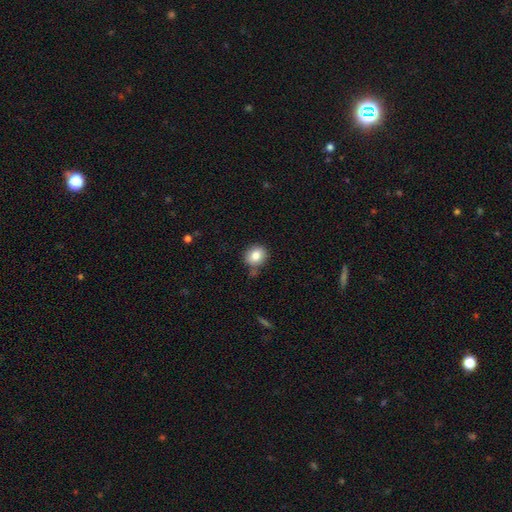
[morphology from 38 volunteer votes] This appears to be a smooth galaxy with no disk features (95%) that is round (94%). Merging: none (84%).